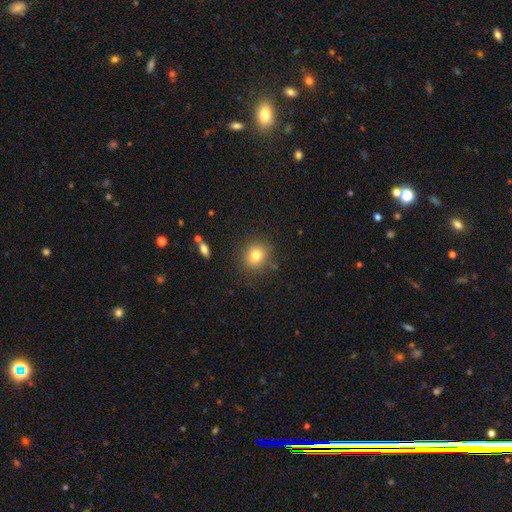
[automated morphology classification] Q: Smooth or featured?
A: smooth (79%); runner-up: star or artifact (12%)
Q: How rounded?
A: round (85%); runner-up: in between (14%)
Q: Merging?
A: none (86%); runner-up: minor disturbance (9%)